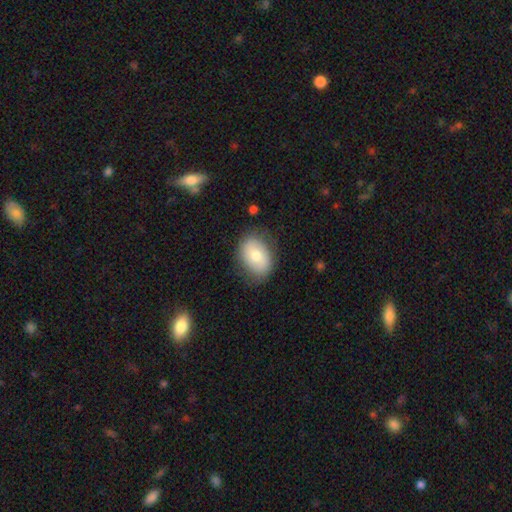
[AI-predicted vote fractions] Smooth or featured? smooth (71%)
How rounded? in between (76%)
Merging? none (76%)